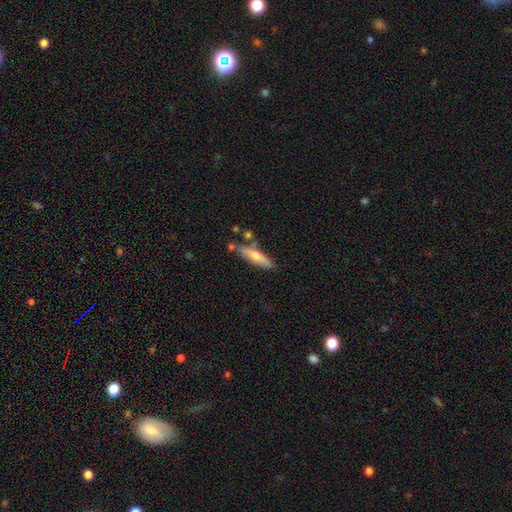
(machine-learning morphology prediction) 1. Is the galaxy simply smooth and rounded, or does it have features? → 51% smooth, 41% featured or disk, 8% star or artifact.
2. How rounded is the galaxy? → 76% cigar-shaped, 22% in between, 2% round.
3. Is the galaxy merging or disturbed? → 73% none, 16% minor disturbance, 8% merger, 3% major disturbance.